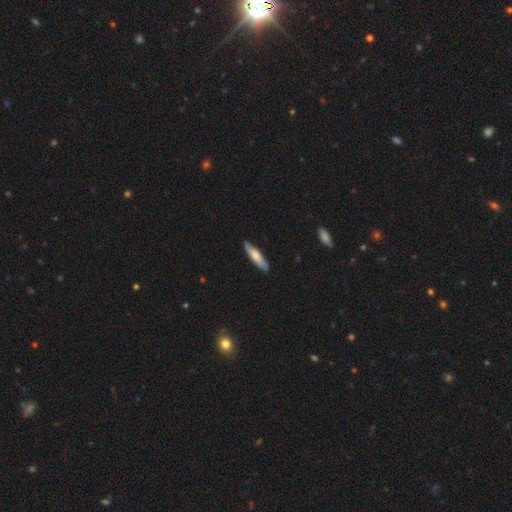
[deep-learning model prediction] A smooth galaxy with no disk features (68%) that is cigar-shaped (81%).

Vote fractions:
- Smooth or featured? smooth: 68% / featured or disk: 27% / star or artifact: 5%
- How rounded? cigar-shaped: 81% / in between: 17% / round: 1%
- Merging? none: 86% / minor disturbance: 11% / major disturbance: 2% / merger: 1%